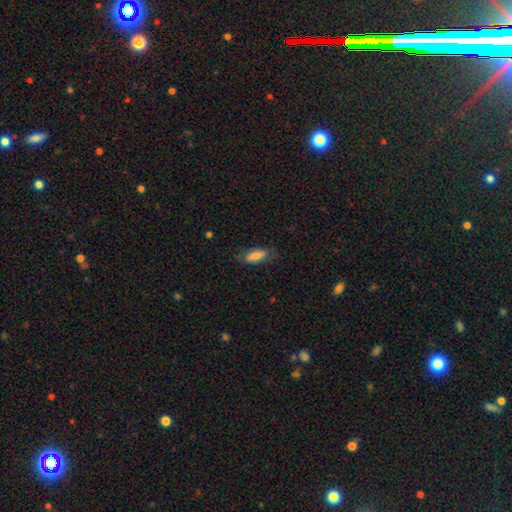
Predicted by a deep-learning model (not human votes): Smooth or featured? Predicted: smooth (p=0.71). How rounded? Predicted: in between (p=0.78). Merging? Predicted: none (p=0.67).